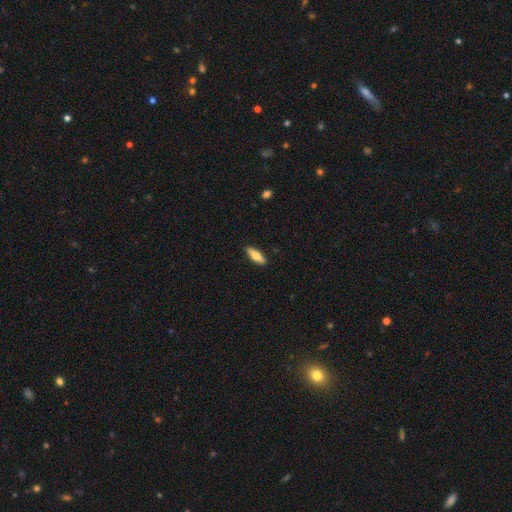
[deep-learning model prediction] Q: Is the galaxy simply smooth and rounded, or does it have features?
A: smooth — 67%.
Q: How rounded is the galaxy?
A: in between — 51%.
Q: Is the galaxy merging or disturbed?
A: none — 90%.